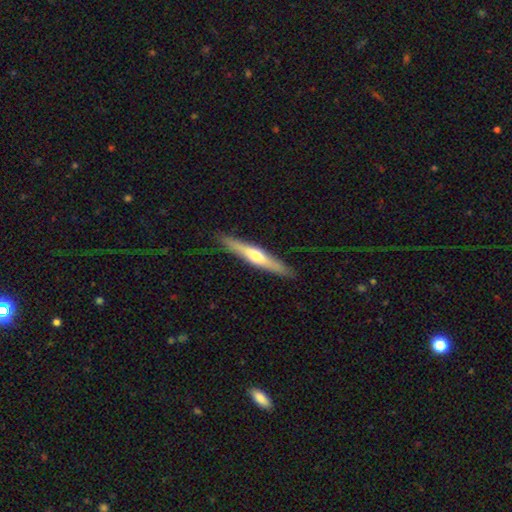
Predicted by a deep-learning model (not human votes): Morphology: type=featured or disk (56%); edge-on=yes (94%); edge-on bulge=rounded (83%); merging=none (88%).